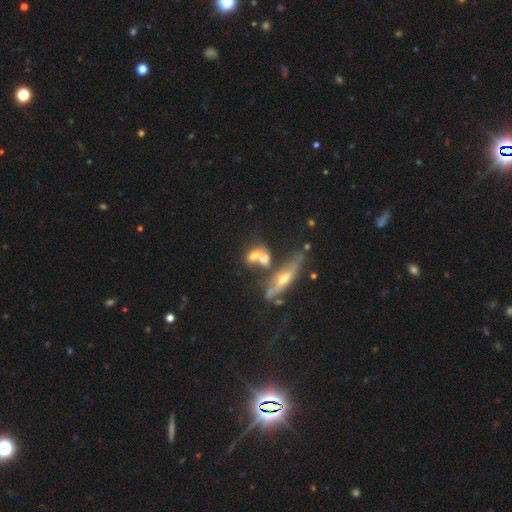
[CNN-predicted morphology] type=smooth (54%); roundness=in between (62%); merging=merger (55%).